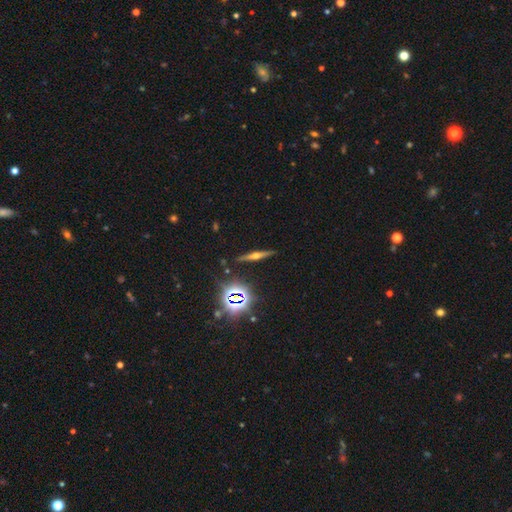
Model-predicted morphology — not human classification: Smooth or featured?
  - featured or disk: 59% *
  - smooth: 22%
  - star or artifact: 18%
Edge-on disk?
  - yes: 95% *
  - no: 5%
Edge-on bulge?
  - rounded: 89% *
  - boxy: 6%
  - none: 4%
Merging?
  - none: 88% *
  - minor disturbance: 8%
  - major disturbance: 2%
  - merger: 2%